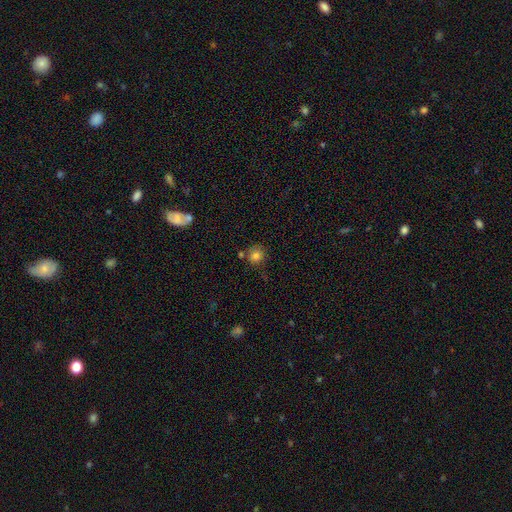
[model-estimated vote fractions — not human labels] smooth_or_featured: smooth (p=0.81) [alt: star or artifact p=0.12]
how_rounded: round (p=0.88) [alt: in between p=0.11]
merging: none (p=0.74) [alt: minor disturbance p=0.13]